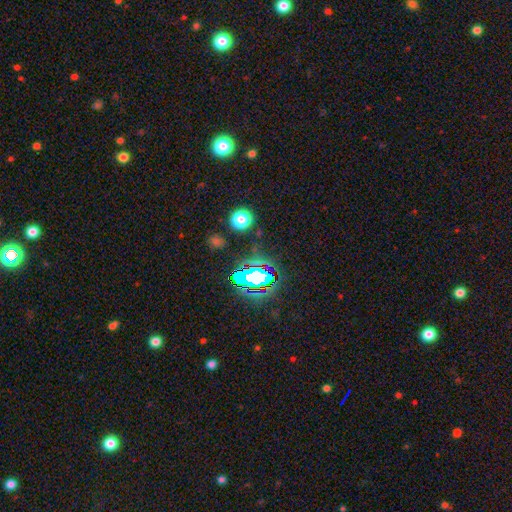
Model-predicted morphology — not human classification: The model was most divided on "smooth or featured": star or artifact: 79%, smooth: 13%, featured or disk: 7%.